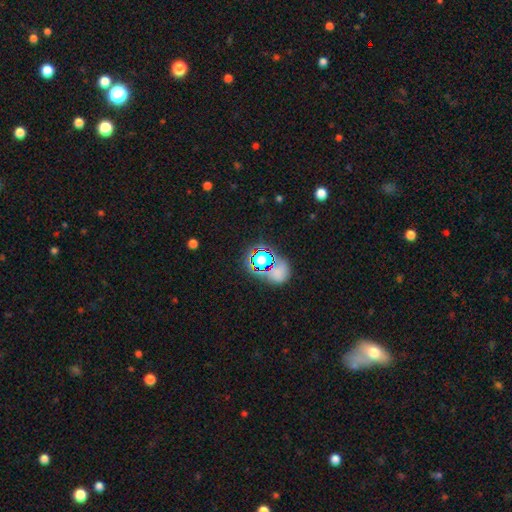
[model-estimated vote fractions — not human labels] Smooth or featured?
  - star or artifact: 72% *
  - smooth: 18%
  - featured or disk: 10%